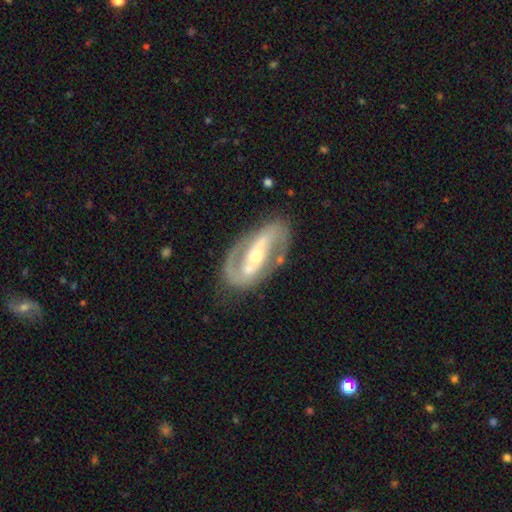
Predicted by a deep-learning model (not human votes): This is clearly a featured or disk galaxy (85%). It is clearly not viewed edge-on (94%). Bar: marginally strong (44%). Spiral arm pattern: likely yes (80%). Spiral arm count: clearly 2 (84%). Spiral winding: possibly medium (47%). Central bulge: likely moderate (60%). Merging: likely none (75%).